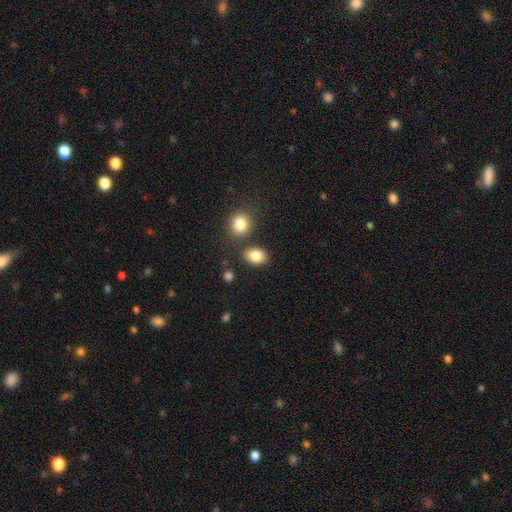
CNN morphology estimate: Smooth or featured? smooth (84%)
How rounded? in between (71%)
Merging? none (75%)